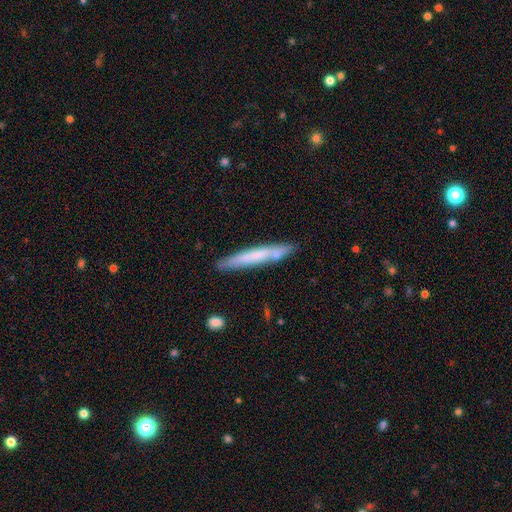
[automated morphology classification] smooth-or-featured: smooth: 59% | featured or disk: 35% | star or artifact: 6%
  how-rounded: cigar-shaped: 95% | in between: 4% | round: 1%
  merging: none: 81% | minor disturbance: 12% | merger: 4% | major disturbance: 2%